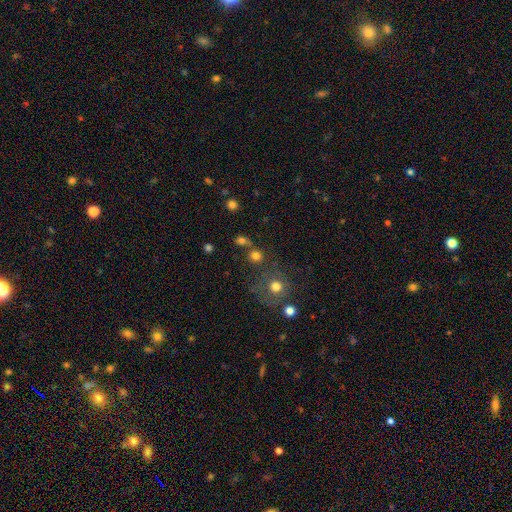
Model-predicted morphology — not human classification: Q: Smooth or featured?
A: smooth (75%); runner-up: star or artifact (17%)
Q: How rounded?
A: round (86%); runner-up: in between (13%)
Q: Merging?
A: none (62%); runner-up: merger (23%)